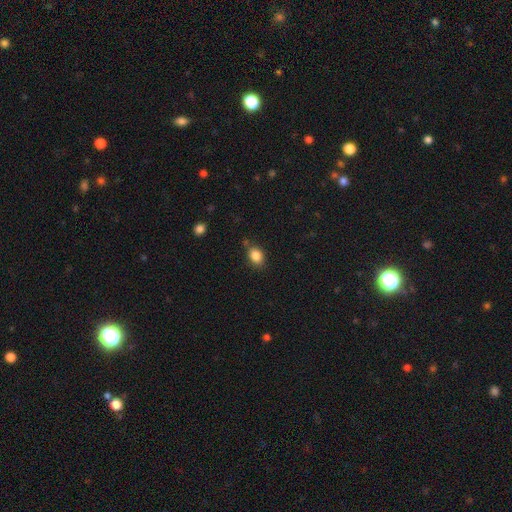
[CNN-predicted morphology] A smooth galaxy with no disk features (85%) that is in between round and cigar-shaped (66%).

Vote fractions:
- Smooth or featured? smooth: 85% / star or artifact: 9% / featured or disk: 5%
- How rounded? in between: 66% / round: 33% / cigar-shaped: 1%
- Merging? none: 75% / minor disturbance: 16% / merger: 5% / major disturbance: 4%